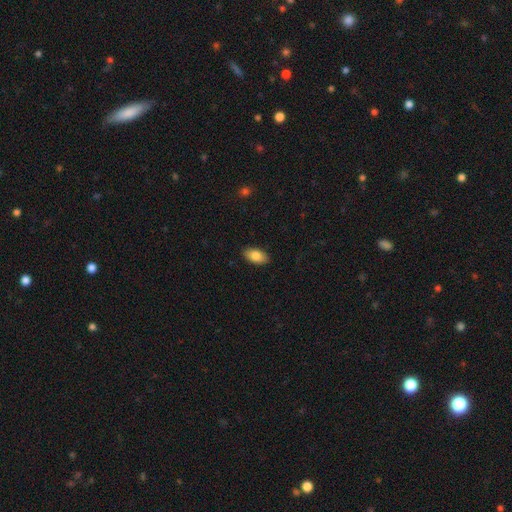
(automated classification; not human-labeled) The model was most divided on "smooth or featured": smooth: 84%, featured or disk: 9%, star or artifact: 7%. More confident: how rounded — in between (94%); merging — none (89%).